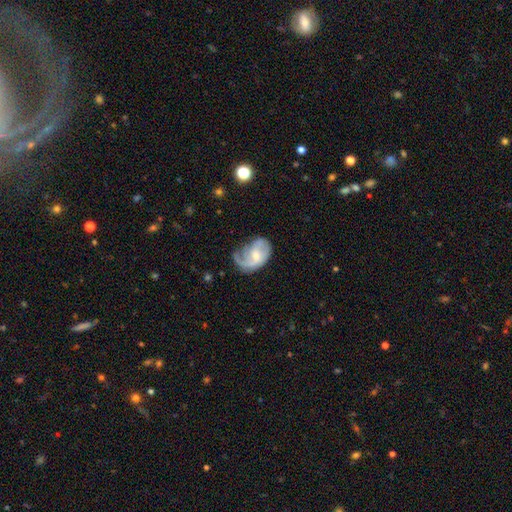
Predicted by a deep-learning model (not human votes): Smooth or featured? featured or disk (73%)
Edge-on disk? no (97%)
Bar? no (46%)
Spiral arms? yes (89%)
Spiral winding? medium (40%)
Spiral arm count? 1 (42%)
Bulge size? moderate (47%)
Merging? none (39%)